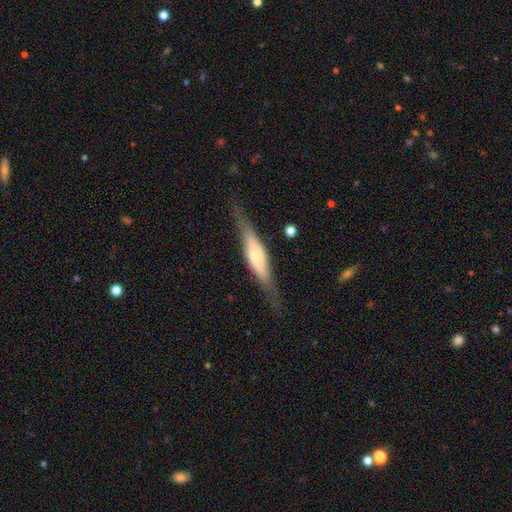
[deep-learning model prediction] Overall: featured or disk (65%; smooth 29%). Edge-on disk: yes (91%). Edge-on bulge: rounded (70%). Merging: none (79%).